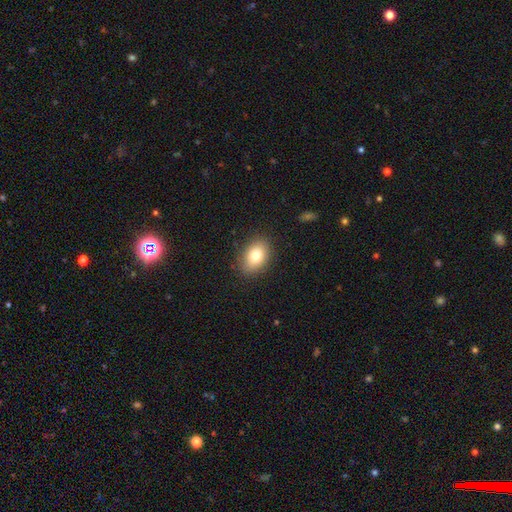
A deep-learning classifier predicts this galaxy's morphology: A smooth galaxy with no disk features (80%) that is in between round and cigar-shaped (82%). Merging: none (86%).